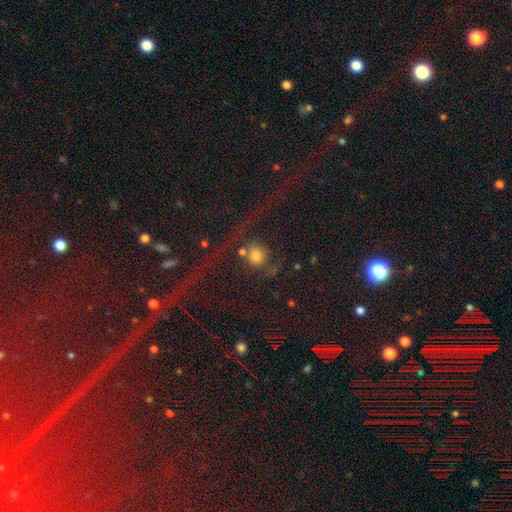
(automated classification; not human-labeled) The model was most divided on "merging": none: 43%, major disturbance: 25%, merger: 18%, minor disturbance: 14%. More confident: how rounded — round (86%); smooth or featured — smooth (62%).